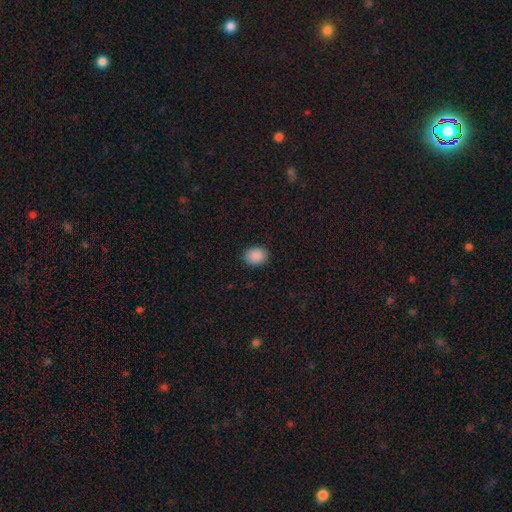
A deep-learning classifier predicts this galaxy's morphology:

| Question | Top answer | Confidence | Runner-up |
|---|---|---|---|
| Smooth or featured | smooth | 89% | star or artifact (8%) |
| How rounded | in between | 50% | round (49%) |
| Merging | none | 88% | minor disturbance (8%) |